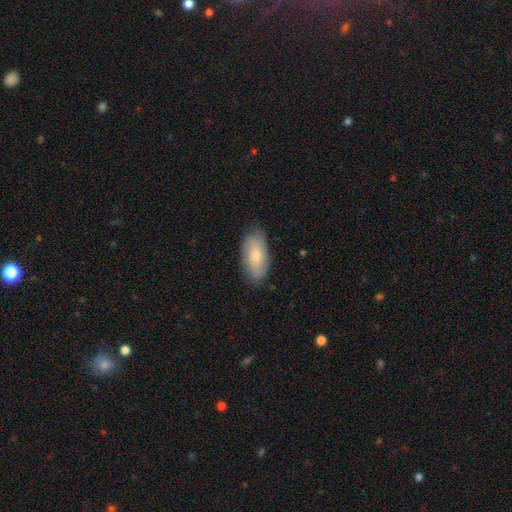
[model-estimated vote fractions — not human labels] smooth 69%, featured or disk 25%, star or artifact 6%. Down the decision tree: how rounded — in between (90%); merging — none (81%).